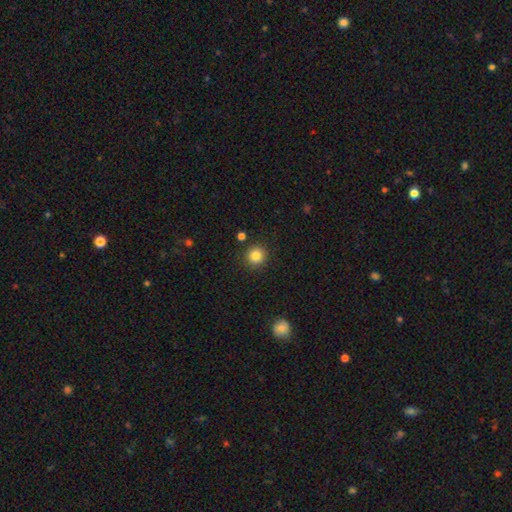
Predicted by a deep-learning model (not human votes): Q: Smooth or featured?
A: smooth (84%); runner-up: star or artifact (11%)
Q: How rounded?
A: round (93%); runner-up: in between (6%)
Q: Merging?
A: none (90%); runner-up: minor disturbance (6%)